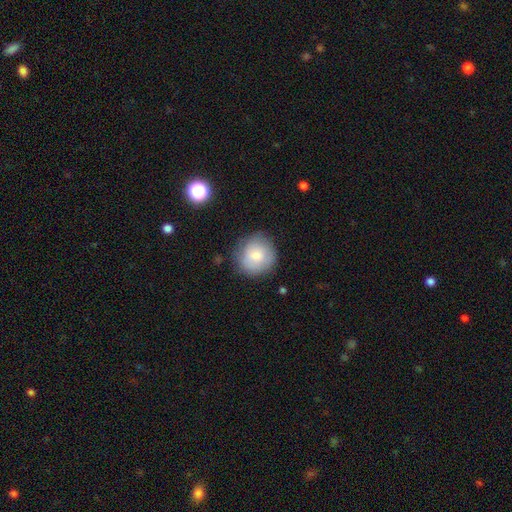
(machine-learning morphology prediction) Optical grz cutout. It shows a smooth galaxy with no disk features (77%) that is round (91%). Merging: none (77%).